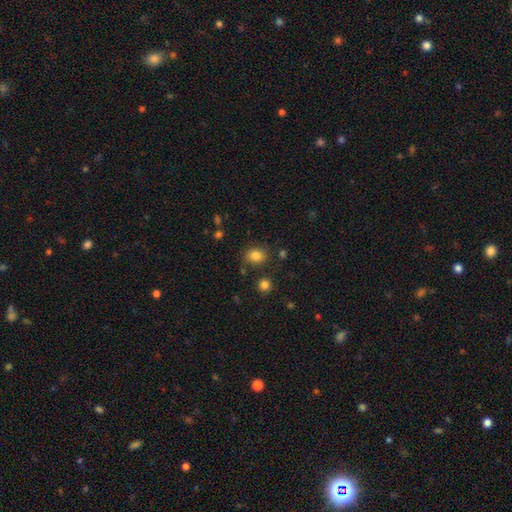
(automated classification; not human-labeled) smooth-or-featured: smooth: 82% | star or artifact: 12% | featured or disk: 6%
  how-rounded: round: 56% | in between: 43% | cigar-shaped: 1%
  merging: none: 80% | minor disturbance: 12% | merger: 4% | major disturbance: 3%